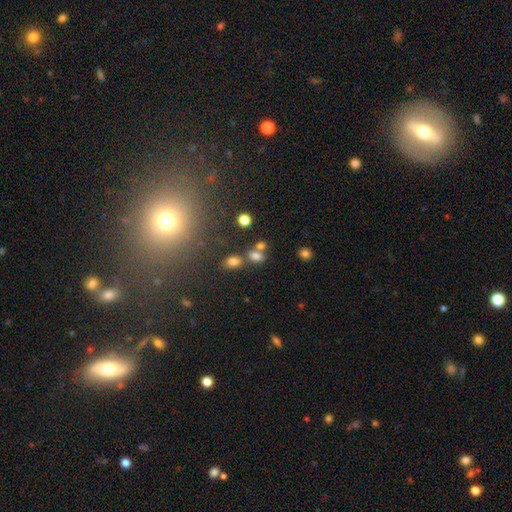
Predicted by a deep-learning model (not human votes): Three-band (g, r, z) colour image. It shows a smooth galaxy with no disk features (72%) that is in between round and cigar-shaped (75%). Merging: none (43%).